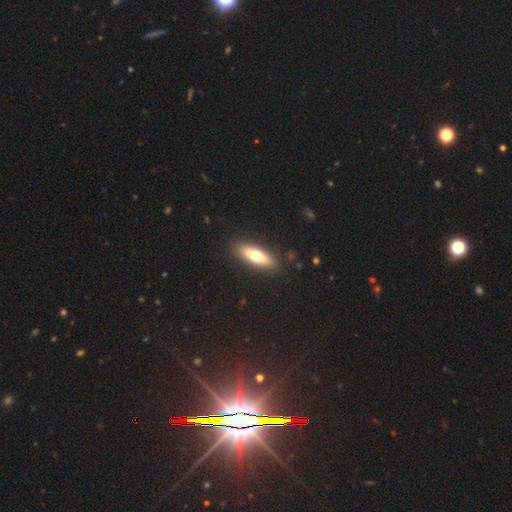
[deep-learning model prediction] A smooth galaxy with no disk features (60%) that is in between round and cigar-shaped (49%).

Vote fractions:
- Smooth or featured? smooth: 60% / featured or disk: 34% / star or artifact: 6%
- How rounded? in between: 49% / cigar-shaped: 48% / round: 3%
- Merging? none: 89% / minor disturbance: 8% / major disturbance: 2% / merger: 1%